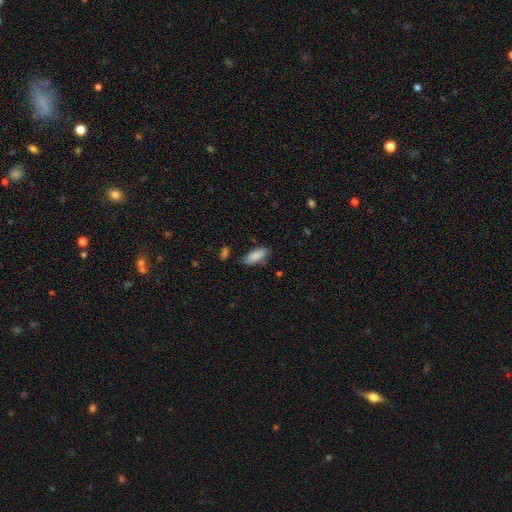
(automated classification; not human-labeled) Morphology: type=smooth (86%); roundness=in between (82%); merging=none (75%).